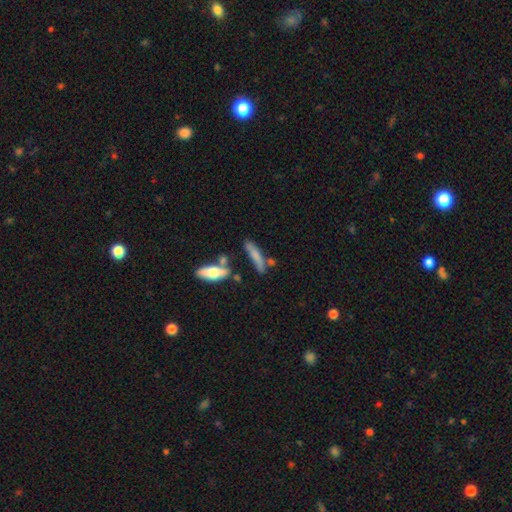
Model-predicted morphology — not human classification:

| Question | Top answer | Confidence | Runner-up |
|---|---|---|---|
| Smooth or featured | smooth | 67% | featured or disk (26%) |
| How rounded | cigar-shaped | 81% | in between (17%) |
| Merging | none | 60% | minor disturbance (18%) |